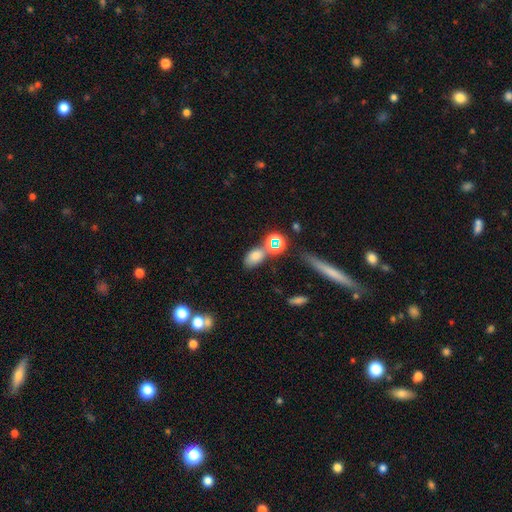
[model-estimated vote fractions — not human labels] The model was most divided on "merging": none: 59%, merger: 19%, minor disturbance: 15%, major disturbance: 7%. More confident: how rounded — in between (84%); smooth or featured — smooth (72%).